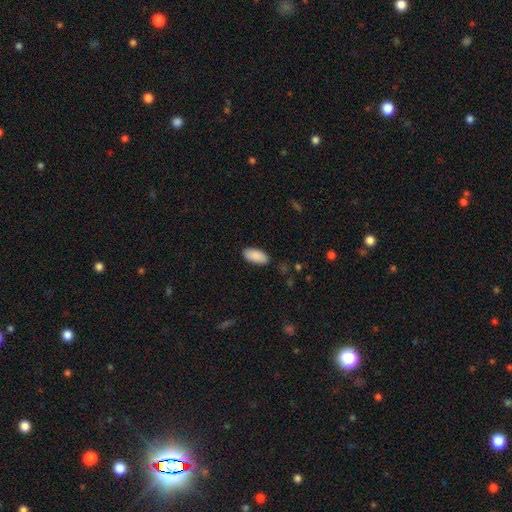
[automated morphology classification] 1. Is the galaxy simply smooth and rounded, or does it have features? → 90% smooth, 6% star or artifact, 4% featured or disk.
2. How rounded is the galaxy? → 91% in between, 7% cigar-shaped, 2% round.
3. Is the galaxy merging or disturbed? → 88% none, 9% minor disturbance, 2% major disturbance, 1% merger.